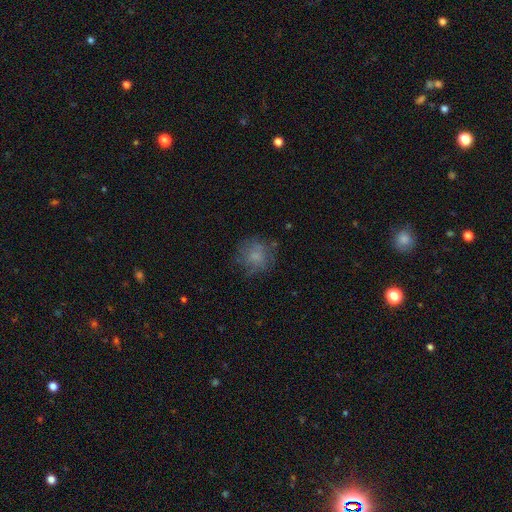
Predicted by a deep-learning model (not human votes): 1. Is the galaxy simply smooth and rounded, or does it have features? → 67% smooth, 22% featured or disk, 11% star or artifact.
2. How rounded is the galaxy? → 87% round, 12% in between, 1% cigar-shaped.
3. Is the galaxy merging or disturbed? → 67% none, 20% minor disturbance, 11% major disturbance, 2% merger.